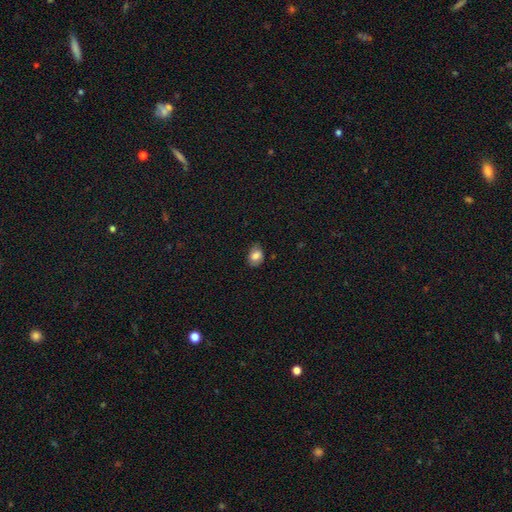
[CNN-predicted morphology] type=smooth (81%); roundness=in between (69%); merging=none (72%).